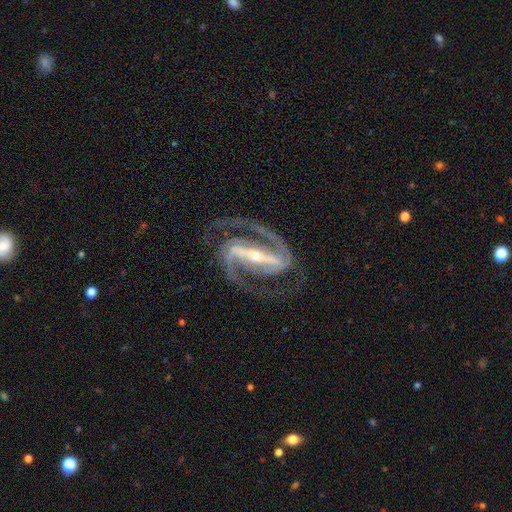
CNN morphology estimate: Smooth or featured?
  - featured or disk: 94% *
  - star or artifact: 4%
  - smooth: 2%
Edge-on disk?
  - no: 96% *
  - yes: 4%
Bar?
  - strong: 84% *
  - weak: 11%
  - no: 5%
Spiral arms?
  - yes: 98% *
  - no: 2%
Spiral winding?
  - medium: 60% *
  - tight: 29%
  - loose: 11%
Spiral arm count?
  - 2: 94% *
  - 3: 2%
  - can't tell: 1%
  - 1: 1%
  - 4: 1%
  - more than 4: 1%
Bulge size?
  - small: 70% *
  - moderate: 26%
  - large: 2%
  - none: 1%
  - dominant: 1%
Merging?
  - none: 80% *
  - minor disturbance: 11%
  - major disturbance: 7%
  - merger: 1%